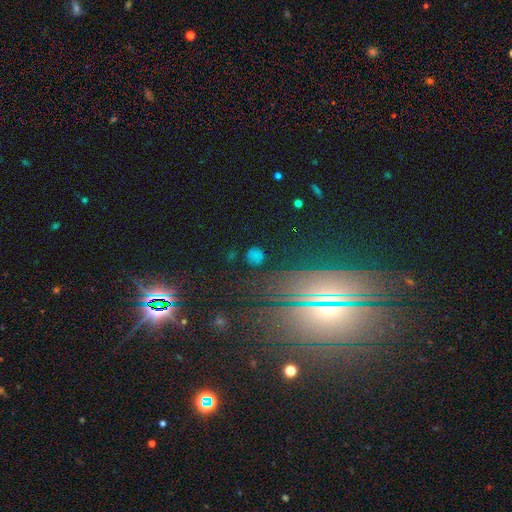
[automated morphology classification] smooth 53%, star or artifact 37%, featured or disk 10%. Down the decision tree: how rounded — round (87%); merging — none (81%).